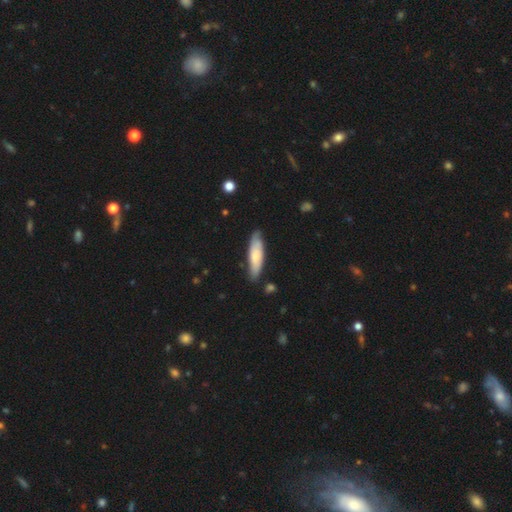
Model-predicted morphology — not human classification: smooth_or_featured: smooth (p=0.64) [alt: featured or disk p=0.30]
how_rounded: cigar-shaped (p=0.59) [alt: in between p=0.39]
merging: none (p=0.77) [alt: minor disturbance p=0.18]